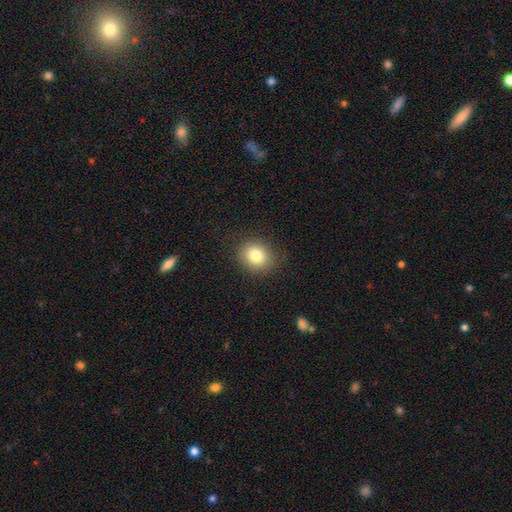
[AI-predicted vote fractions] smooth 81%, star or artifact 11%, featured or disk 8%. Down the decision tree: how rounded — round (71%); merging — none (87%).